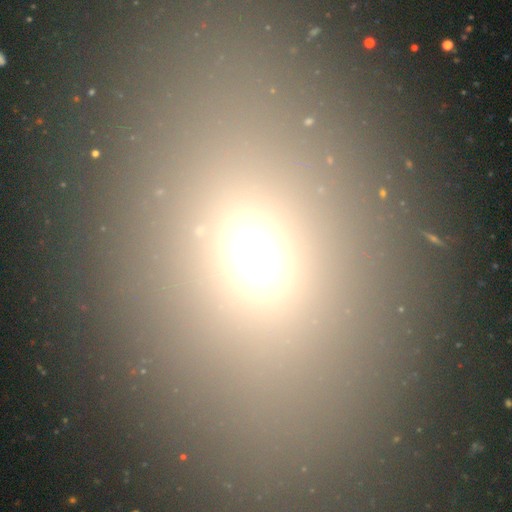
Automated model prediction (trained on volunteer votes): This appears to be a smooth galaxy with no disk features (63%) that is in between round and cigar-shaped (53%). Merging: none (73%).